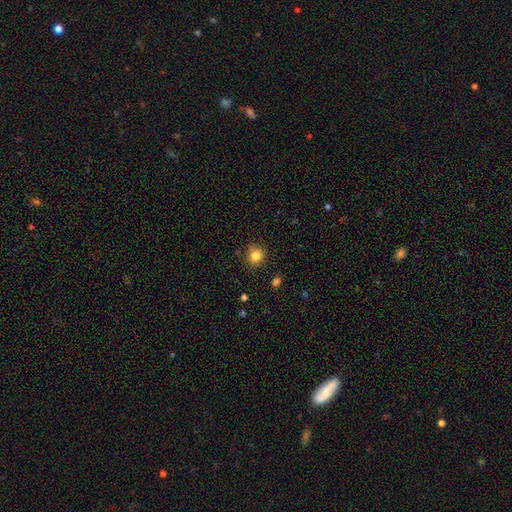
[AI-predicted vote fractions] Smooth or featured: smooth — 83% (star or artifact — 12%)
How rounded: round — 81% (in between — 18%)
Merging: none — 79% (minor disturbance — 15%)